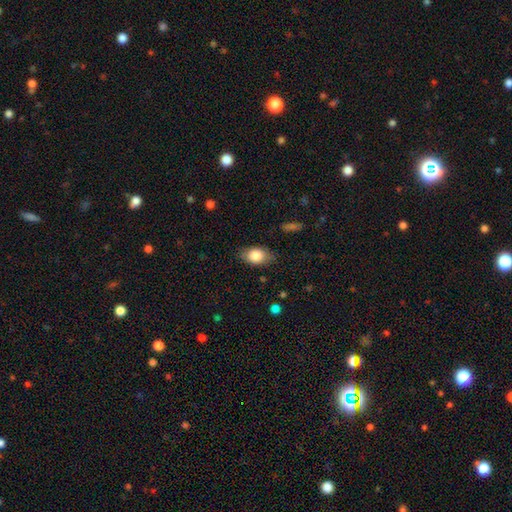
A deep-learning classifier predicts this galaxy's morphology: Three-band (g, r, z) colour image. It shows a smooth galaxy with no disk features (83%) that is in between round and cigar-shaped (84%). Merging: none (81%).